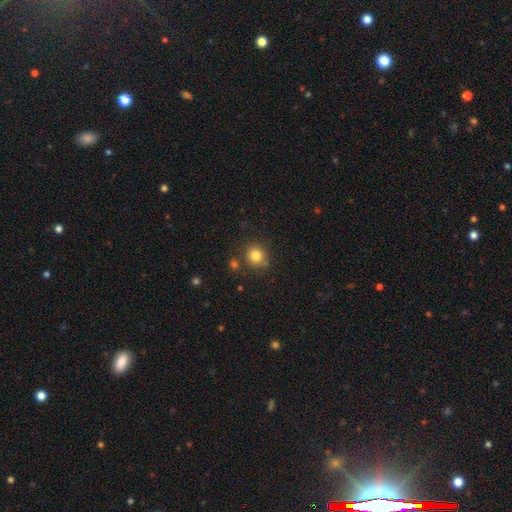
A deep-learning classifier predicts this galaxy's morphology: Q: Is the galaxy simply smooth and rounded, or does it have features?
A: smooth — 82%.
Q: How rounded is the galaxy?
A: round — 90%.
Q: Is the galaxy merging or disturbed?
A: none — 79%.